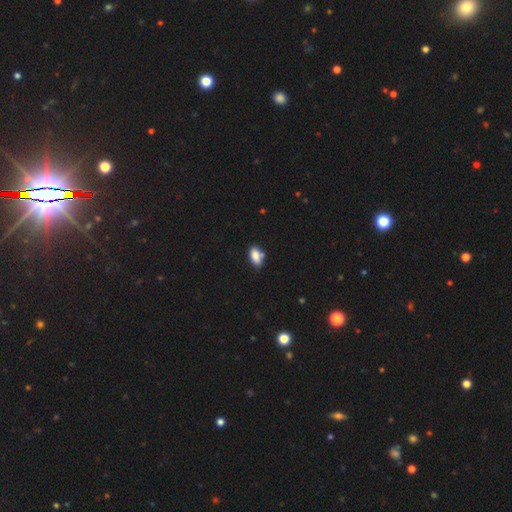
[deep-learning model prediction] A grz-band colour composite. It shows a smooth galaxy with no disk features (83%) that is in between round and cigar-shaped (89%). Merging: none (62%).